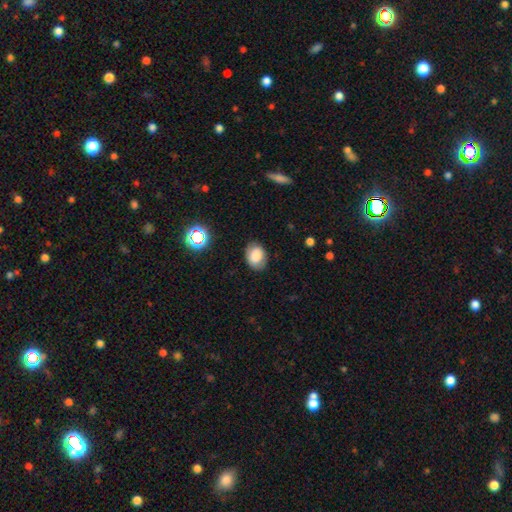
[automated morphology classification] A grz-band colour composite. It shows a smooth galaxy with no disk features (81%) that is in between round and cigar-shaped (71%). Merging: none (81%).